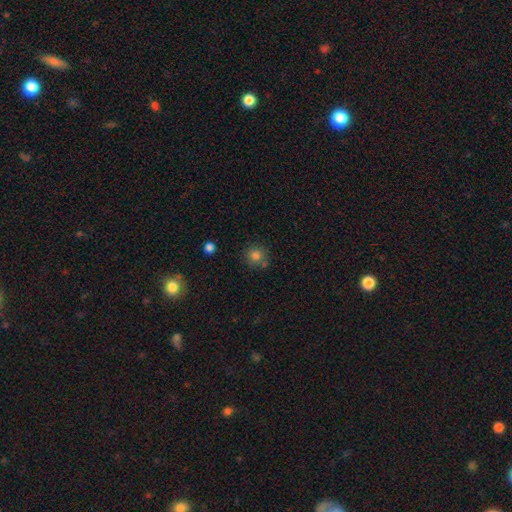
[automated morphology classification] Q: Smooth or featured?
A: smooth (81%); runner-up: star or artifact (12%)
Q: How rounded?
A: round (91%); runner-up: in between (9%)
Q: Merging?
A: none (79%); runner-up: minor disturbance (11%)